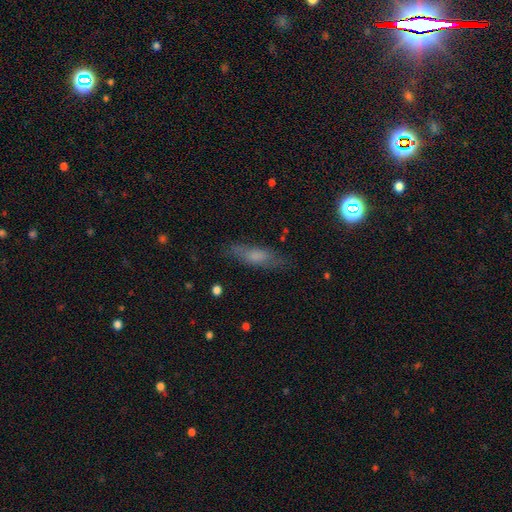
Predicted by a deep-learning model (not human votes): This is possibly a smooth galaxy (57%). How rounded: likely cigar-shaped (61%). Merging: likely none (76%).